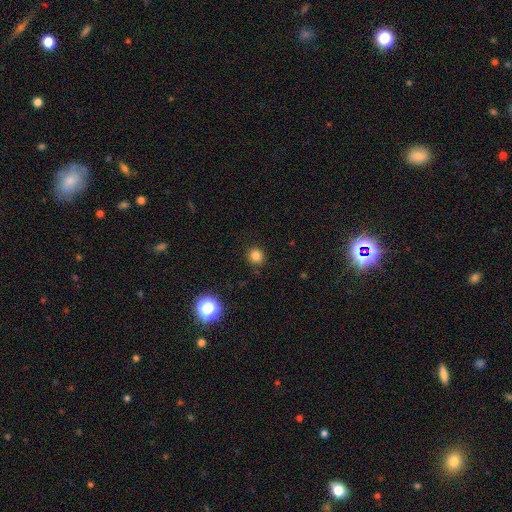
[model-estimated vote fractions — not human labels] smooth-or-featured: smooth: 81% | star or artifact: 15% | featured or disk: 4%
  how-rounded: round: 89% | in between: 10% | cigar-shaped: 1%
  merging: none: 89% | minor disturbance: 7% | major disturbance: 2% | merger: 1%